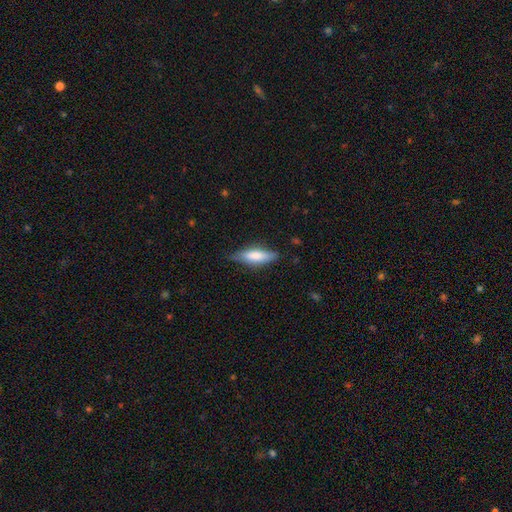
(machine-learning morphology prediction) smooth_or_featured: smooth (p=0.67) [alt: featured or disk p=0.27]
how_rounded: cigar-shaped (p=0.52) [alt: in between p=0.46]
merging: none (p=0.74) [alt: minor disturbance p=0.21]